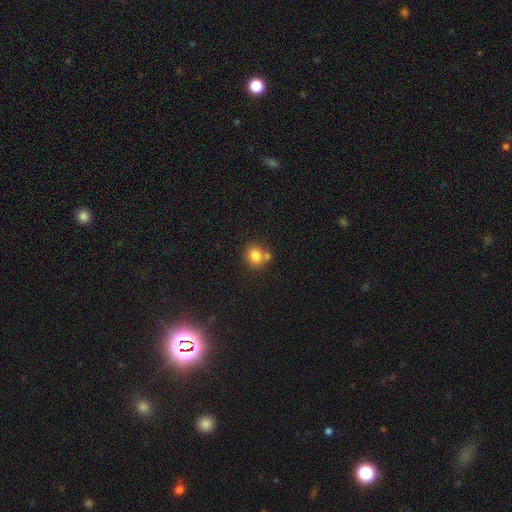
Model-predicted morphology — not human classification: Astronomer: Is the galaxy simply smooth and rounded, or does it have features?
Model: smooth — 82%.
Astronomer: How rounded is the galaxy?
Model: round — 77%.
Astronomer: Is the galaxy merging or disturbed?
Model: none — 58%.